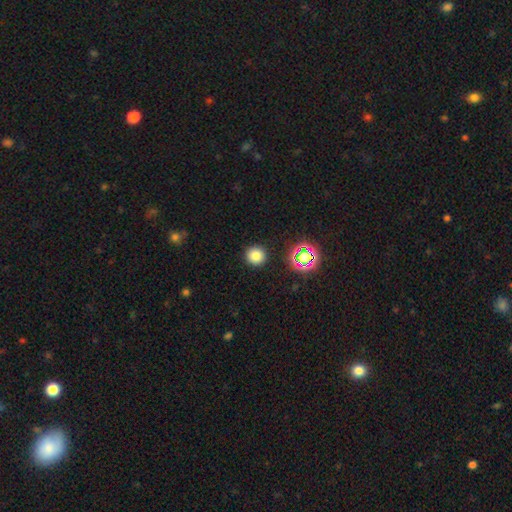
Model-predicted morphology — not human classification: Smooth or featured?
  - smooth: 77% *
  - star or artifact: 17%
  - featured or disk: 6%
How rounded?
  - round: 94% *
  - in between: 5%
  - cigar-shaped: 1%
Merging?
  - none: 91% *
  - minor disturbance: 5%
  - major disturbance: 2%
  - merger: 2%